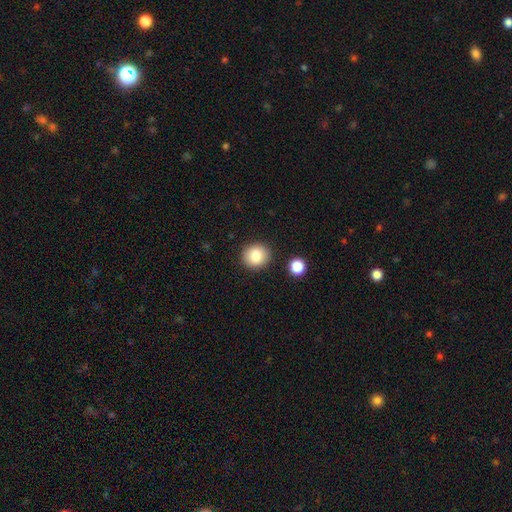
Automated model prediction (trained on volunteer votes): Smooth or featured?
  - smooth: 83% *
  - star or artifact: 9%
  - featured or disk: 7%
How rounded?
  - round: 82% *
  - in between: 17%
  - cigar-shaped: 1%
Merging?
  - none: 87% *
  - minor disturbance: 8%
  - merger: 3%
  - major disturbance: 2%